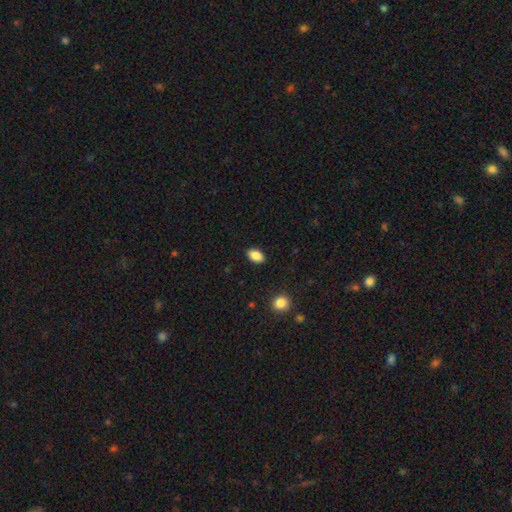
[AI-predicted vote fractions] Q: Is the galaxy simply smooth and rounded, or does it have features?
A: smooth — 87%.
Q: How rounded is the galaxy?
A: in between — 89%.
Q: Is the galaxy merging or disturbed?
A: none — 89%.